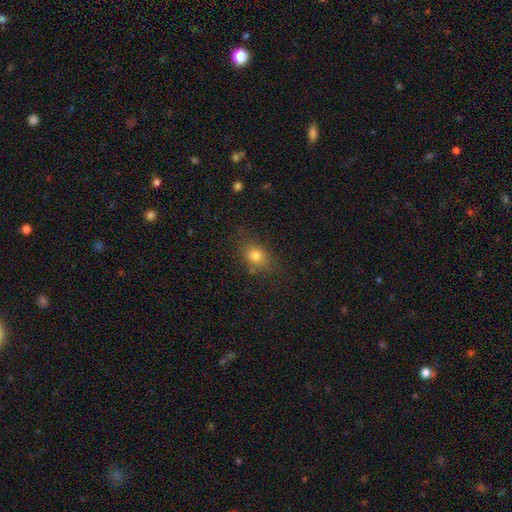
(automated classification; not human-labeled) A smooth galaxy with no disk features (78%) that is in between round and cigar-shaped (61%).

Vote fractions:
- Smooth or featured? smooth: 78% / star or artifact: 12% / featured or disk: 10%
- How rounded? in between: 61% / round: 37% / cigar-shaped: 2%
- Merging? none: 73% / minor disturbance: 18% / major disturbance: 6% / merger: 3%